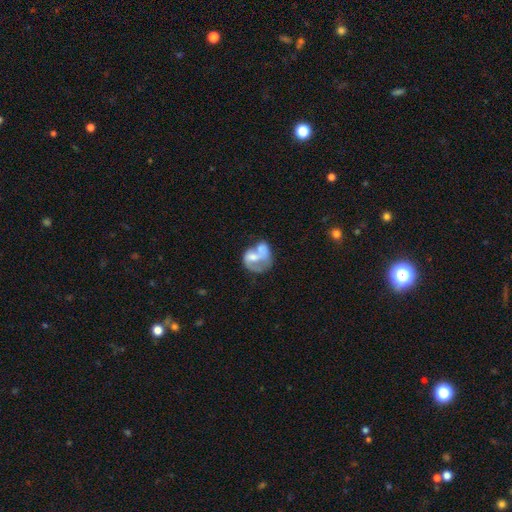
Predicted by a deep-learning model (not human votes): Morphology: type=featured or disk (53%); edge-on=no (98%); bar=no (71%); spiral arms=no (54%); bulge=moderate (44%); merging=merger (55%).